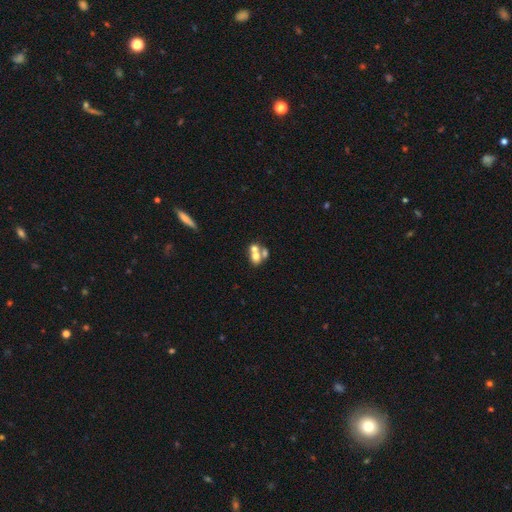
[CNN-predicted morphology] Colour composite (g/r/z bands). It shows a smooth galaxy with no disk features (58%) that is round (49%, tied with in between). Merging: merger (61%).